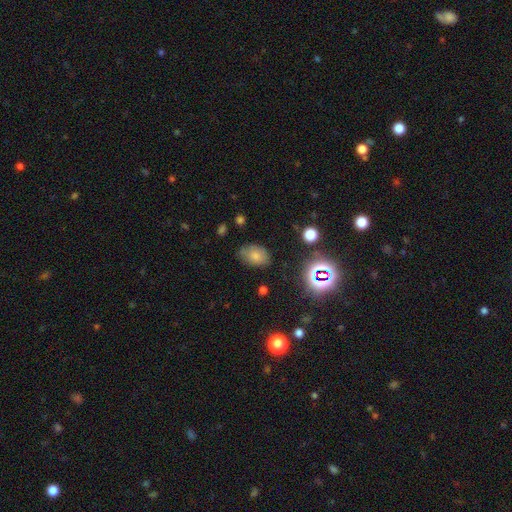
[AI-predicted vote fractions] smooth 73%, star or artifact 15%, featured or disk 12%. Down the decision tree: how rounded — in between (81%); merging — none (69%).